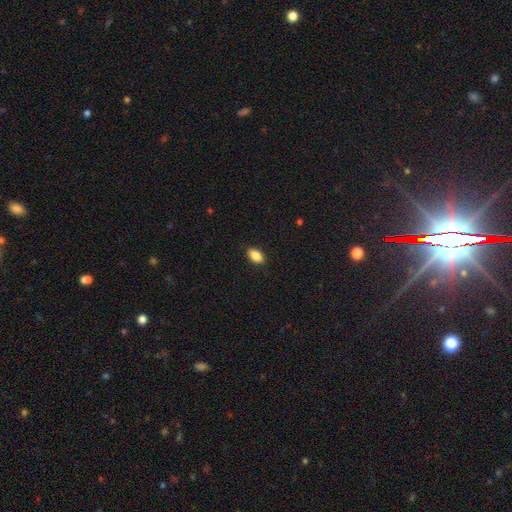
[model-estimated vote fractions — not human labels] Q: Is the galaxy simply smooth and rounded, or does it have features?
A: smooth — 87%.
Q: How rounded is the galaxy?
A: in between — 91%.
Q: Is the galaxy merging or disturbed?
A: none — 88%.